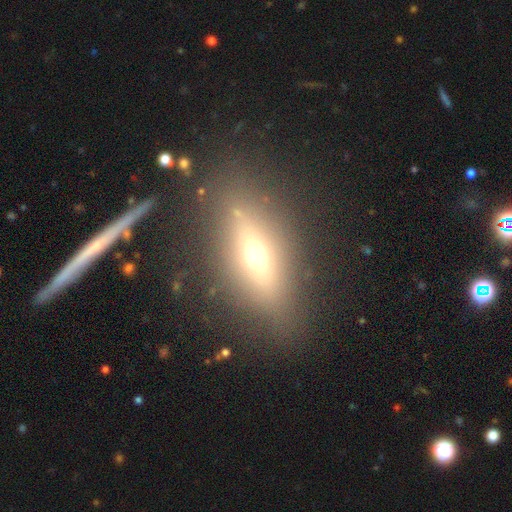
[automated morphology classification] smooth 44%, featured or disk 42%, star or artifact 15%. Down the decision tree: merging — none (79%).